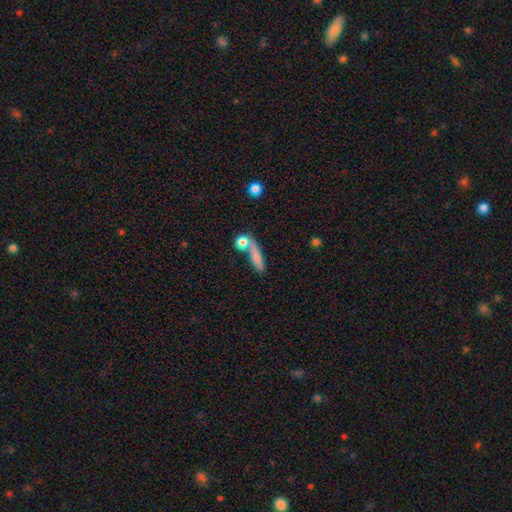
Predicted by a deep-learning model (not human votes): Smooth or featured: smooth — 75% (featured or disk — 15%)
How rounded: cigar-shaped — 59% (in between — 24%)
Merging: none — 50% (merger — 26%)